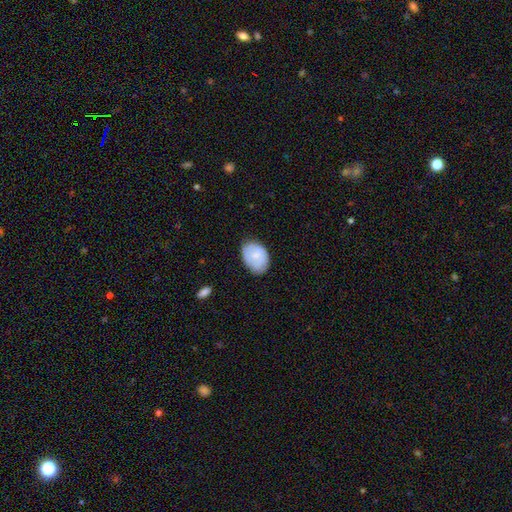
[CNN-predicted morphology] A smooth galaxy with no disk features (66%) that is in between round and cigar-shaped (77%). Merging: none (70%).